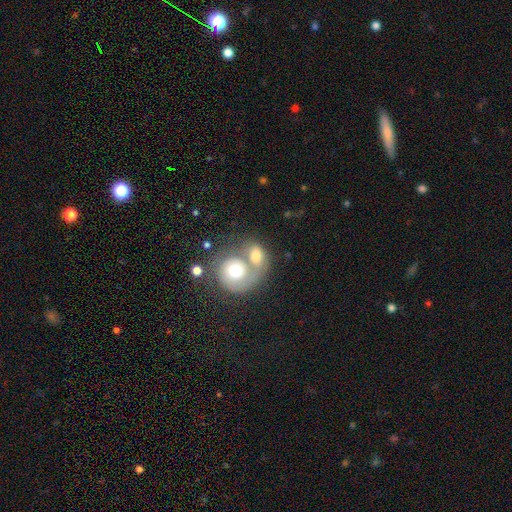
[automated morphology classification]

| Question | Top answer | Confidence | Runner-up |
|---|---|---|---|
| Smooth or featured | smooth | 48% | featured or disk (46%) |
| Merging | merger | 66% | none (18%) |